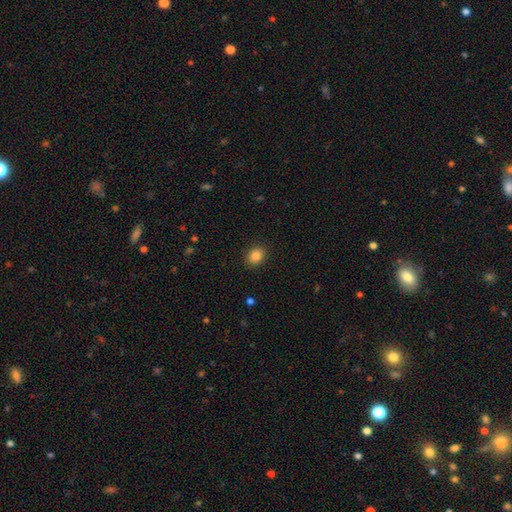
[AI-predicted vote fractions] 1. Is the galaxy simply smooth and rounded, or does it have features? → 86% smooth, 10% star or artifact, 4% featured or disk.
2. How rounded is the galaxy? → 56% in between, 43% round, 1% cigar-shaped.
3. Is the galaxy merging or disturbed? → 89% none, 8% minor disturbance, 2% major disturbance, 1% merger.